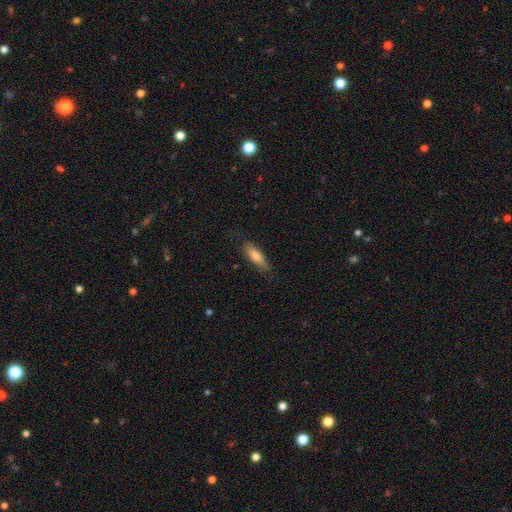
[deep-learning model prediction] Smooth or featured: smooth — 74% (featured or disk — 19%)
How rounded: cigar-shaped — 51% (in between — 47%)
Merging: none — 78% (minor disturbance — 17%)